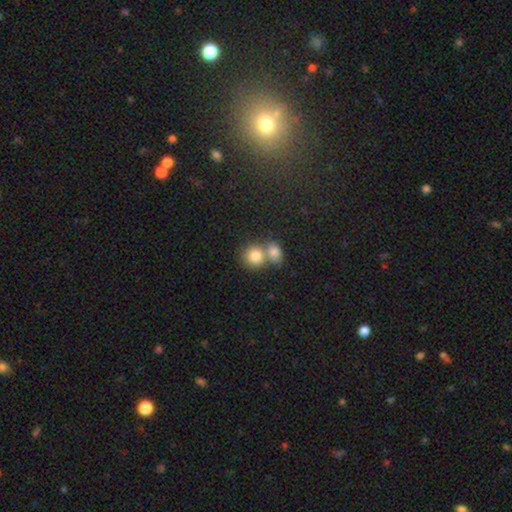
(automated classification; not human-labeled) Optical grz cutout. It shows a smooth galaxy with no disk features (82%) that is round (80%). Merging: merger (54%).